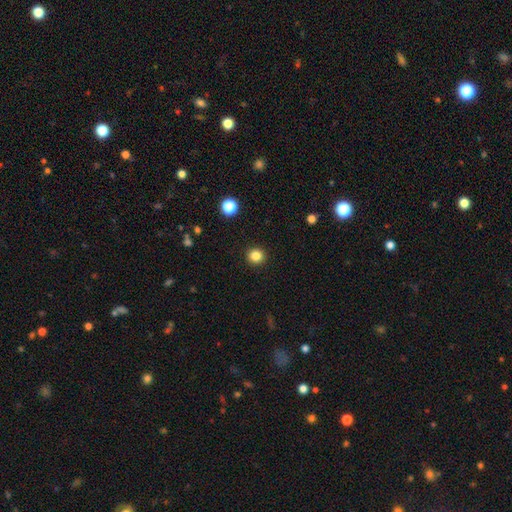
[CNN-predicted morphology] Q: Smooth or featured?
A: smooth (84%); runner-up: star or artifact (12%)
Q: How rounded?
A: round (91%); runner-up: in between (8%)
Q: Merging?
A: none (92%); runner-up: minor disturbance (5%)